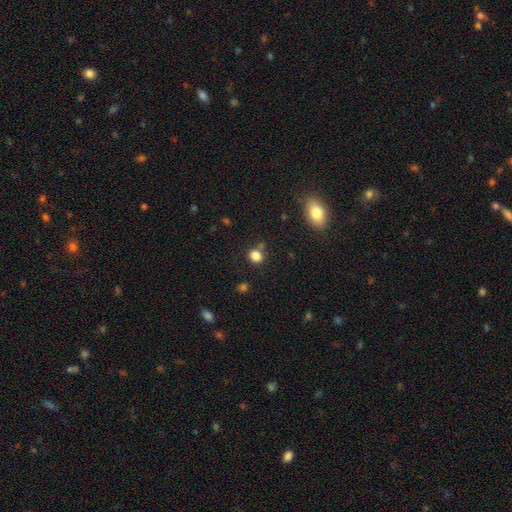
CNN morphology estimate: Q: Smooth or featured?
A: smooth (83%); runner-up: star or artifact (13%)
Q: How rounded?
A: round (80%); runner-up: in between (19%)
Q: Merging?
A: none (74%); runner-up: minor disturbance (12%)